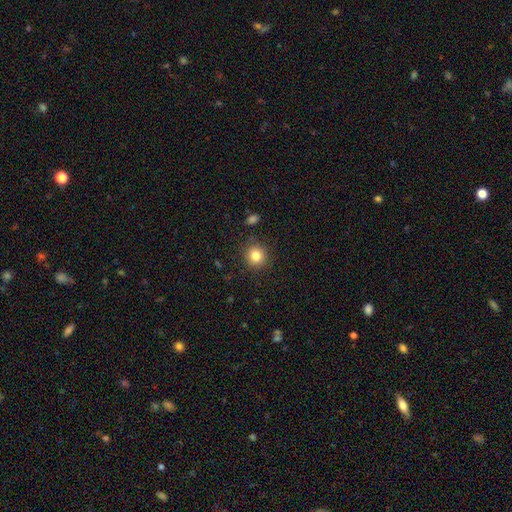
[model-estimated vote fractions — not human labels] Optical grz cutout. It shows a smooth galaxy with no disk features (82%) that is round (92%). Merging: none (89%).